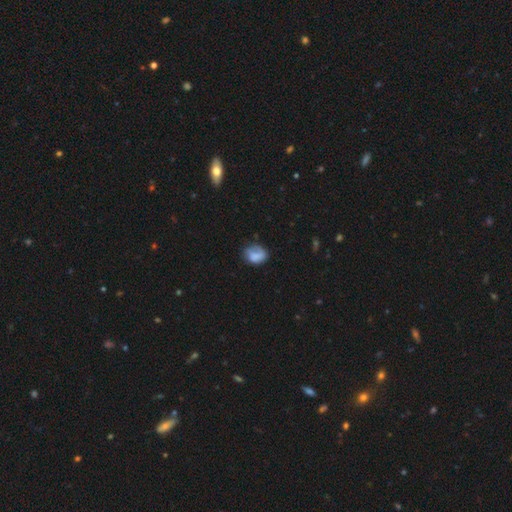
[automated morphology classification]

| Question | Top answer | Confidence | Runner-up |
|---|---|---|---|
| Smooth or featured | smooth | 69% | featured or disk (22%) |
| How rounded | in between | 59% | round (40%) |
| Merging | none | 50% | minor disturbance (31%) |